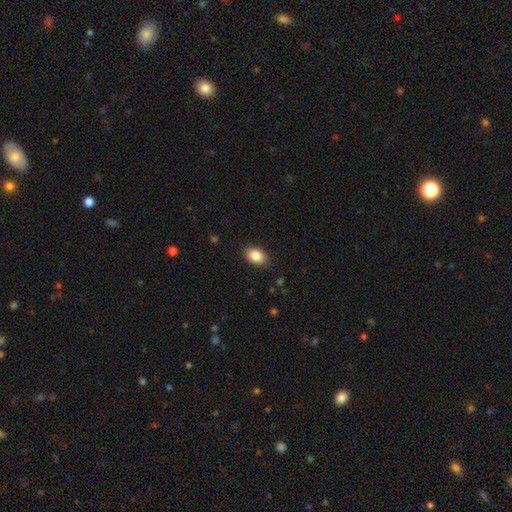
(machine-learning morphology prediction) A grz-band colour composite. It shows a smooth galaxy with no disk features (86%) that is in between round and cigar-shaped (83%). Merging: none (86%).